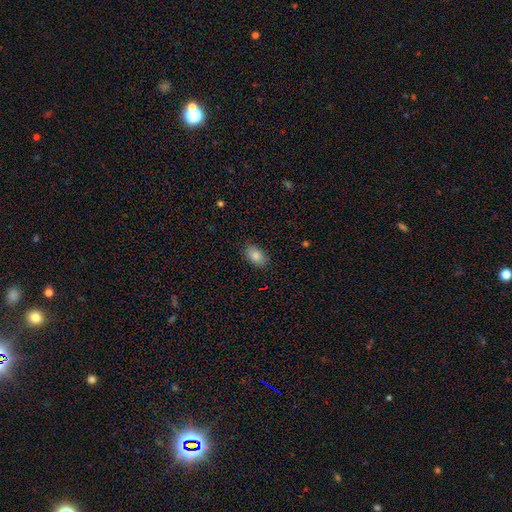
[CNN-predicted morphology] This appears to be a smooth galaxy with no disk features (85%) that is in between round and cigar-shaped (89%). Merging: none (85%).